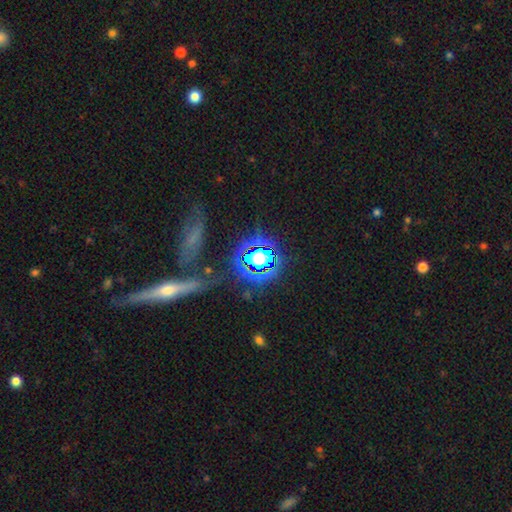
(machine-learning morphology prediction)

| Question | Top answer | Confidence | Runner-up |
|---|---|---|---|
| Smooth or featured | star or artifact | 48% | featured or disk (32%) |